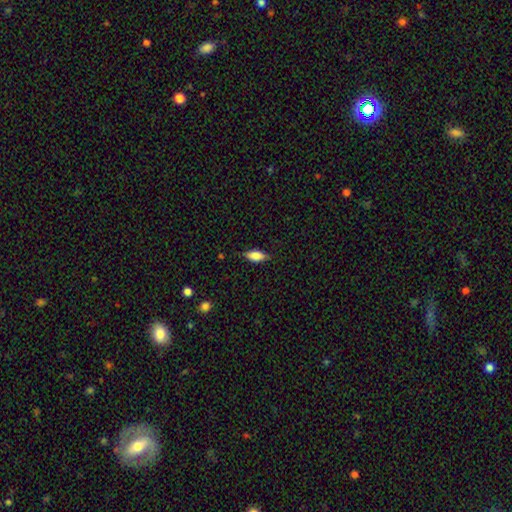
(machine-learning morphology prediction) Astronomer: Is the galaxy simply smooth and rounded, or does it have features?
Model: smooth — 80%.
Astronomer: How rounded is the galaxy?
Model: in between — 84%.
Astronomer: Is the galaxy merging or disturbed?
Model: none — 79%.